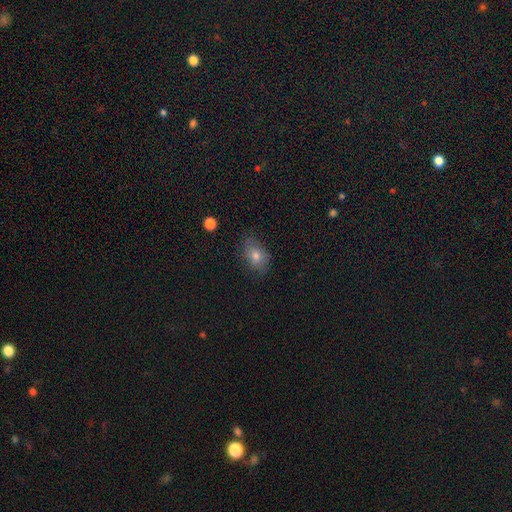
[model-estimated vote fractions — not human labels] This is likely a smooth galaxy (68%). How rounded: likely in between (78%). Merging: likely none (74%).